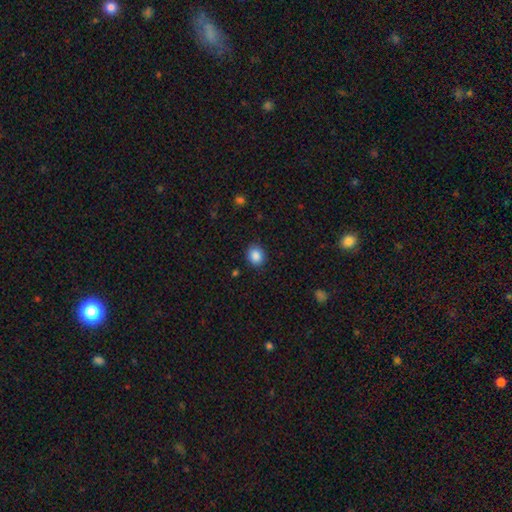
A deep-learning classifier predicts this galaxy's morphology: This is clearly a smooth galaxy (87%). How rounded: likely round (65%). Merging: clearly none (88%).